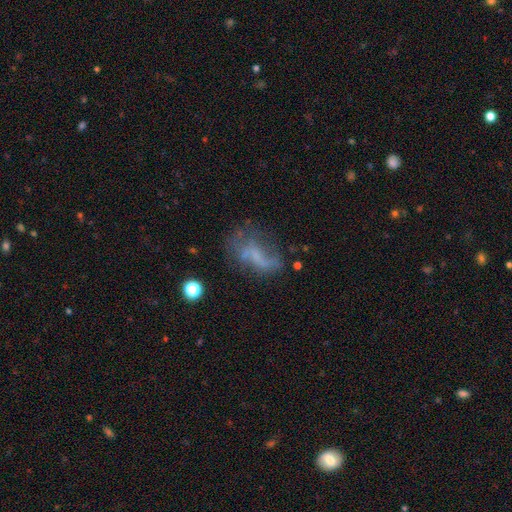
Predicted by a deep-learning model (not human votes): featured or disk 50%, smooth 34%, star or artifact 16%. Down the decision tree: merging — none (37%).